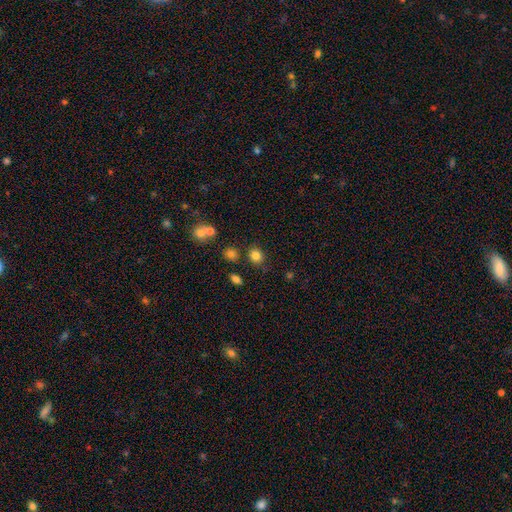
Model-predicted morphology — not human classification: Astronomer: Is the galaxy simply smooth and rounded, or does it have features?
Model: smooth — 82%.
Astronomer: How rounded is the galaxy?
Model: round — 78%.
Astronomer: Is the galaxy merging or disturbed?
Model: none — 81%.